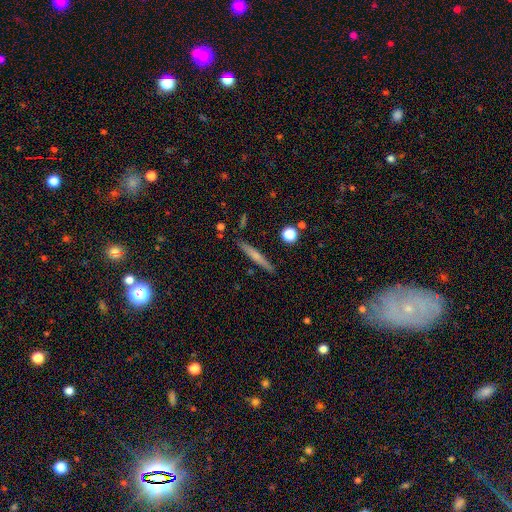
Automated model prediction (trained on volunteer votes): This appears to be a smooth galaxy with no disk features (56%) that is cigar-shaped (94%). Merging: none (88%).